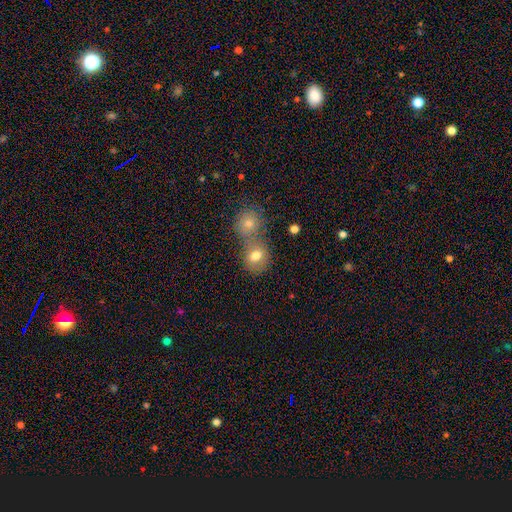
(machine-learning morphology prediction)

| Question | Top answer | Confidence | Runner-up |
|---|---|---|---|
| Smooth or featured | smooth | 76% | featured or disk (14%) |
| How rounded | round | 62% | in between (37%) |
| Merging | merger | 53% | none (34%) |